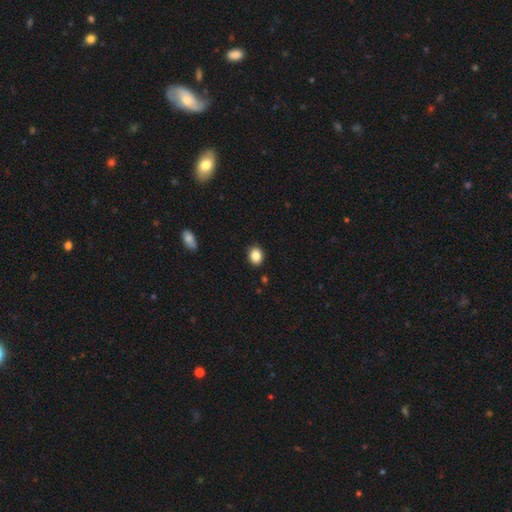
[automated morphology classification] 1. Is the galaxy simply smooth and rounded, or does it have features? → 86% smooth, 9% star or artifact, 5% featured or disk.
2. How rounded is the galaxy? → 53% round, 46% in between, 1% cigar-shaped.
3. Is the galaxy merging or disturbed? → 90% none, 7% minor disturbance, 2% major disturbance, 1% merger.